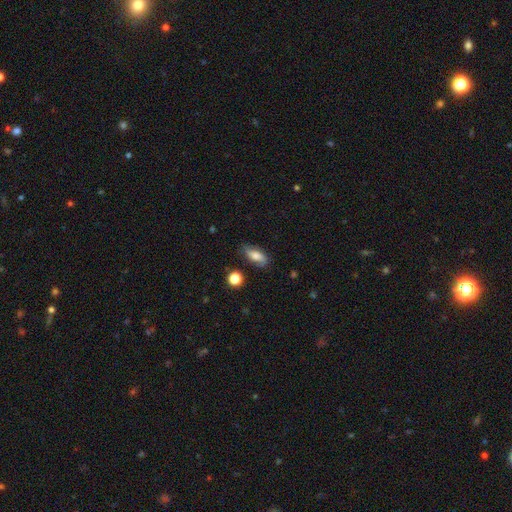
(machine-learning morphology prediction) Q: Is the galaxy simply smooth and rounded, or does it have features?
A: smooth — 59%.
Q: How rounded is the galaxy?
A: in between — 78%.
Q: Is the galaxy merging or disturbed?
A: none — 72%.